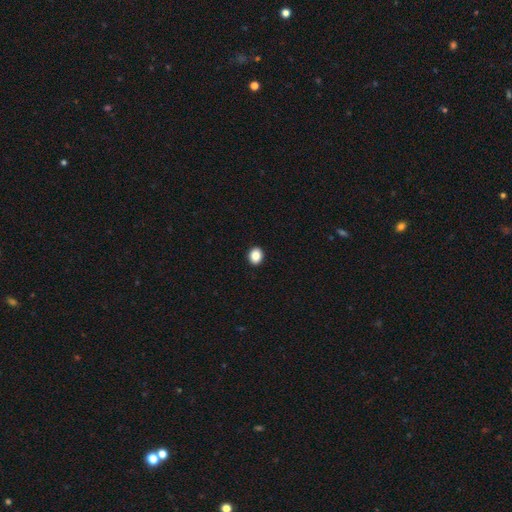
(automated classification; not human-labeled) A smooth galaxy with no disk features (87%) that is round (58%).

Vote fractions:
- Smooth or featured? smooth: 87% / star or artifact: 9% / featured or disk: 4%
- How rounded? round: 58% / in between: 41% / cigar-shaped: 1%
- Merging? none: 93% / minor disturbance: 5% / major disturbance: 1% / merger: 1%